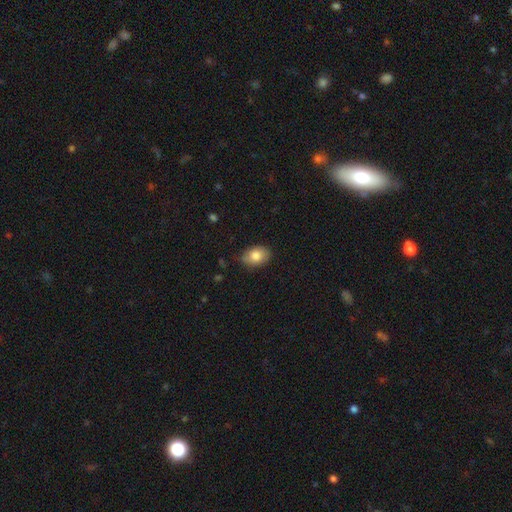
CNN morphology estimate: smooth-or-featured: smooth: 83% | featured or disk: 10% | star or artifact: 7%
  how-rounded: in between: 82% | round: 17% | cigar-shaped: 1%
  merging: none: 78% | minor disturbance: 18% | major disturbance: 3% | merger: 1%